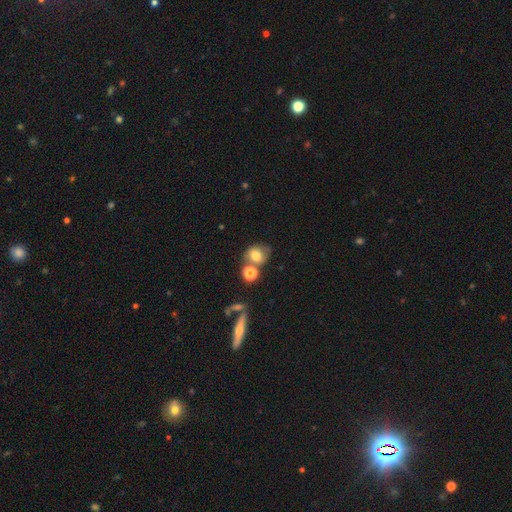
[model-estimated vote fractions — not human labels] Smooth or featured? Predicted: smooth (p=0.68). How rounded? Predicted: round (p=0.62). Merging? Predicted: none (p=0.47).